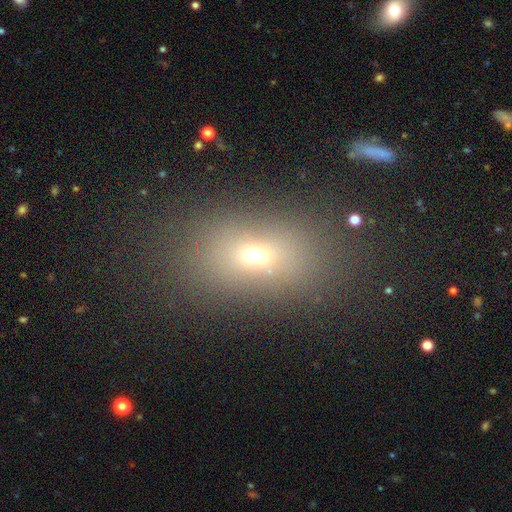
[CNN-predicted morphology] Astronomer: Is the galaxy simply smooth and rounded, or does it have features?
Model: smooth — 63%.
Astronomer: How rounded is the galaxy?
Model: in between — 74%.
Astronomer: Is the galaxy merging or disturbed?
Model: none — 79%.